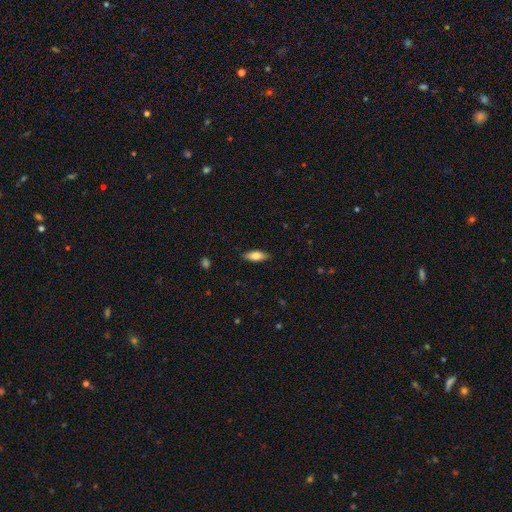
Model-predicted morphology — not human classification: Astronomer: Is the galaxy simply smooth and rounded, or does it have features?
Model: smooth — 73%.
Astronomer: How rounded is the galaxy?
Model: in between — 68%.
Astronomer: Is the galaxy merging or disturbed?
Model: none — 88%.